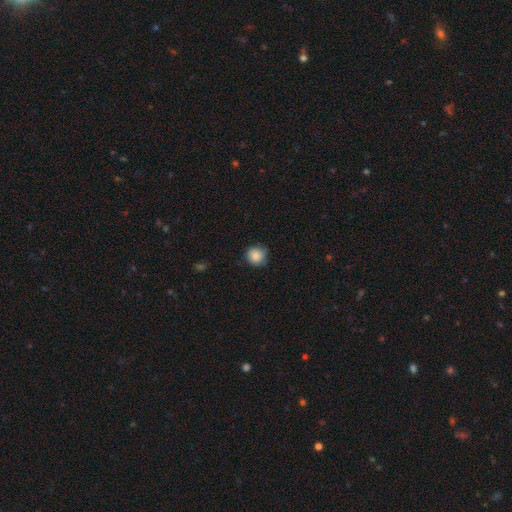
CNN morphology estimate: A smooth galaxy with no disk features (86%) that is round (92%). Merging: none (78%).